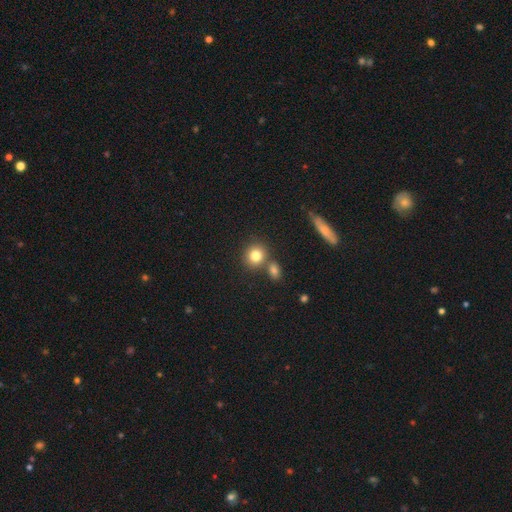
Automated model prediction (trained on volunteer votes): This appears to be a smooth galaxy with no disk features (80%) that is round (84%). Merging: none (67%).